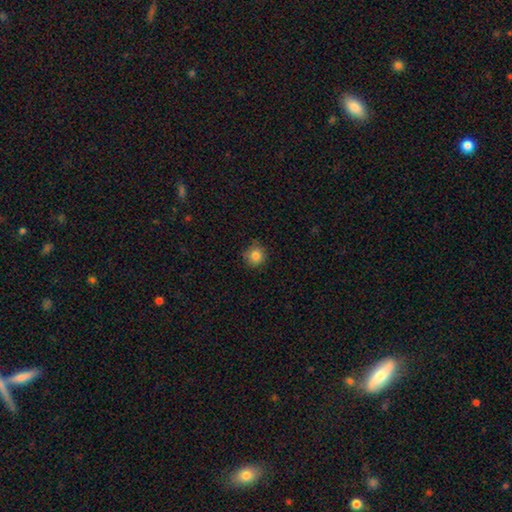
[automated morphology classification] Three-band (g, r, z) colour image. It shows a smooth galaxy with no disk features (83%) that is round (92%). Merging: none (82%).